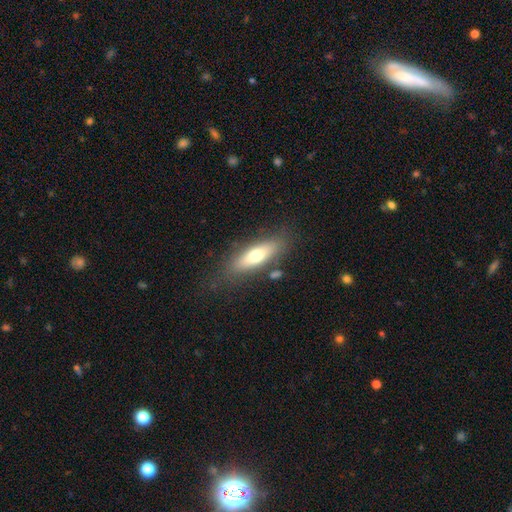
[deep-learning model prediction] This appears to be a smooth galaxy with no disk features (64%) that is in between round and cigar-shaped (52%). Merging: none (78%).